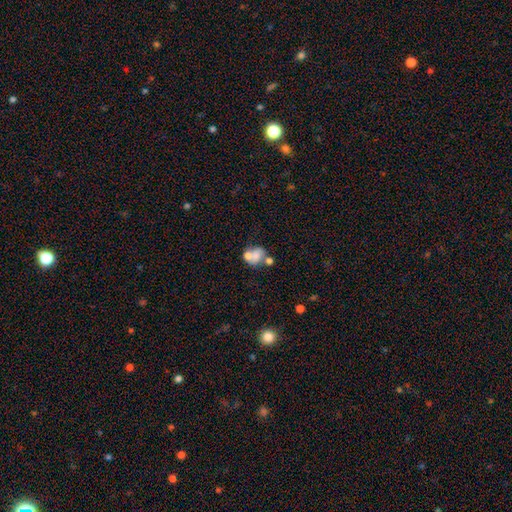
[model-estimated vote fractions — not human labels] Overall: smooth (61%; featured or disk 28%). How rounded: in between (51%; round 47%). Merging: merger (46%; none 30%).